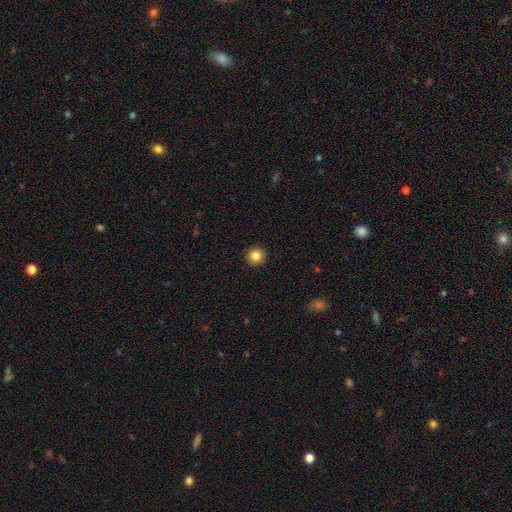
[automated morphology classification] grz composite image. It shows a smooth galaxy with no disk features (85%) that is round (95%). Merging: none (93%).